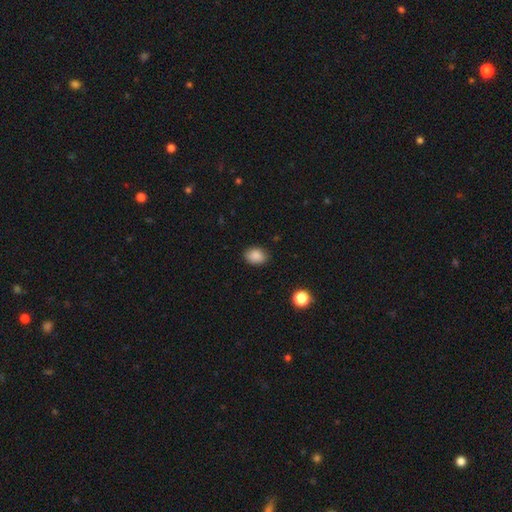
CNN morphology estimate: Smooth or featured: smooth — 87% (star or artifact — 9%)
How rounded: in between — 69% (round — 30%)
Merging: none — 85% (minor disturbance — 12%)